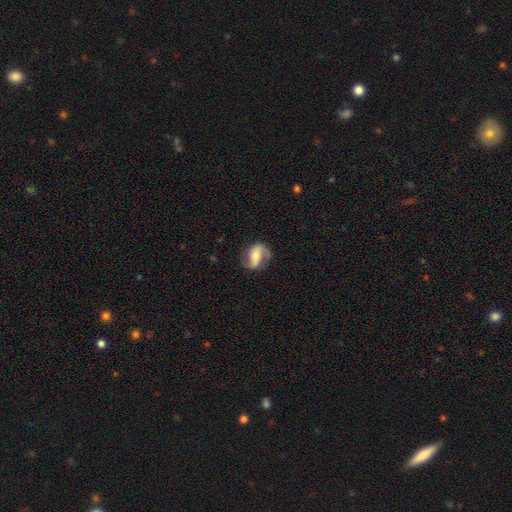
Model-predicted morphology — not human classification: This is likely a featured or disk galaxy (64%). It is clearly not viewed edge-on (95%). Bar: marginally no (35%). Spiral arm pattern: clearly yes (87%). Spiral arm count: likely 2 (79%). Spiral winding: possibly loose (47%). Central bulge: possibly moderate (50%). Merging: likely none (67%).